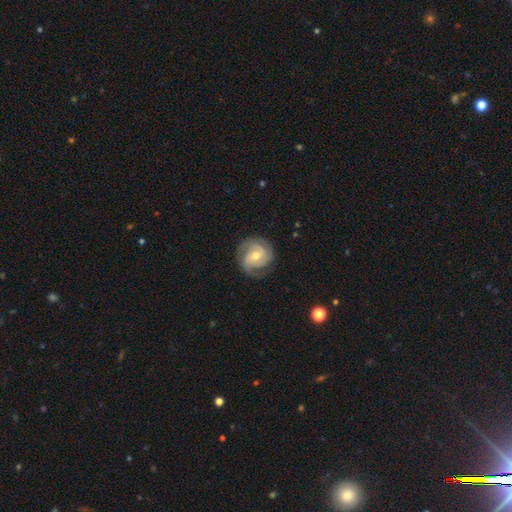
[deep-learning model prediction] Smooth or featured?
  - featured or disk: 87% *
  - smooth: 9%
  - star or artifact: 5%
Edge-on disk?
  - no: 98% *
  - yes: 2%
Bar?
  - no: 55% *
  - weak: 36%
  - strong: 9%
Spiral arms?
  - yes: 97% *
  - no: 3%
Spiral winding?
  - tight: 61% *
  - medium: 32%
  - loose: 7%
Spiral arm count?
  - 3: 45% *
  - 2: 27%
  - can't tell: 13%
  - 4: 7%
  - 1: 5%
  - more than 4: 4%
Bulge size?
  - moderate: 63% *
  - small: 33%
  - large: 2%
  - none: 1%
  - dominant: 1%
Merging?
  - none: 77% *
  - minor disturbance: 16%
  - major disturbance: 6%
  - merger: 1%